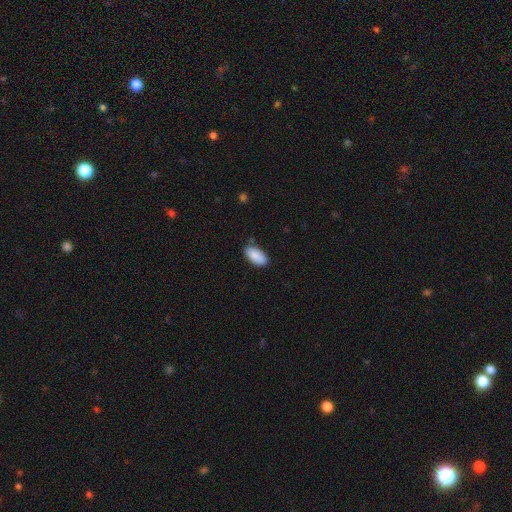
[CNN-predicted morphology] A smooth galaxy with no disk features (89%) that is in between round and cigar-shaped (95%).

Vote fractions:
- Smooth or featured? smooth: 89% / star or artifact: 6% / featured or disk: 5%
- How rounded? in between: 95% / cigar-shaped: 3% / round: 2%
- Merging? none: 81% / minor disturbance: 14% / major disturbance: 3% / merger: 2%